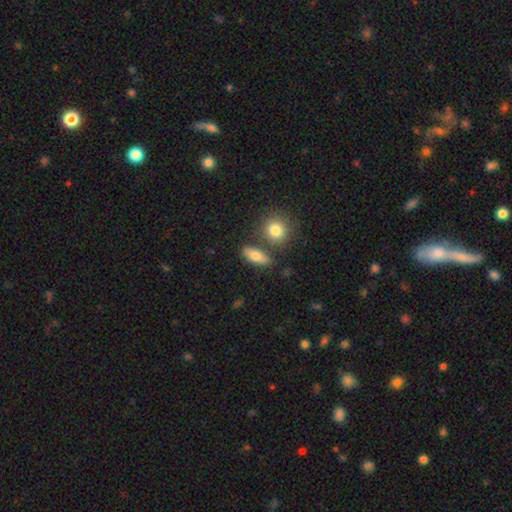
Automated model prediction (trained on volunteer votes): Q: Smooth or featured?
A: smooth (77%); runner-up: featured or disk (15%)
Q: How rounded?
A: in between (70%); runner-up: cigar-shaped (20%)
Q: Merging?
A: none (72%); runner-up: merger (12%)